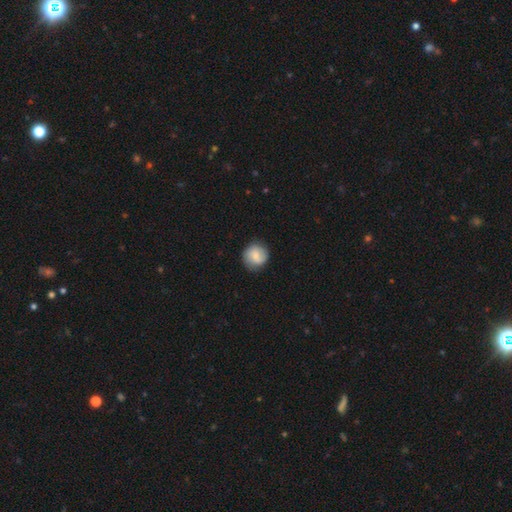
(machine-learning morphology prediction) smooth_or_featured: smooth (p=0.70) [alt: featured or disk p=0.23]
how_rounded: round (p=0.91) [alt: in between p=0.08]
merging: none (p=0.85) [alt: minor disturbance p=0.11]